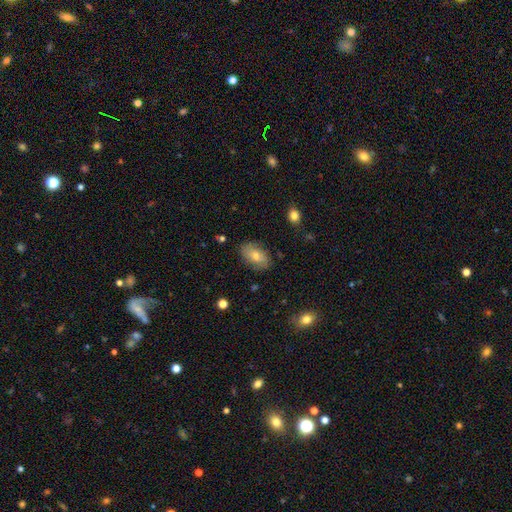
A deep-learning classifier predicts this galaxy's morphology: Smooth or featured: smooth — 63% (featured or disk — 27%)
How rounded: in between — 91% (round — 7%)
Merging: none — 82% (minor disturbance — 13%)